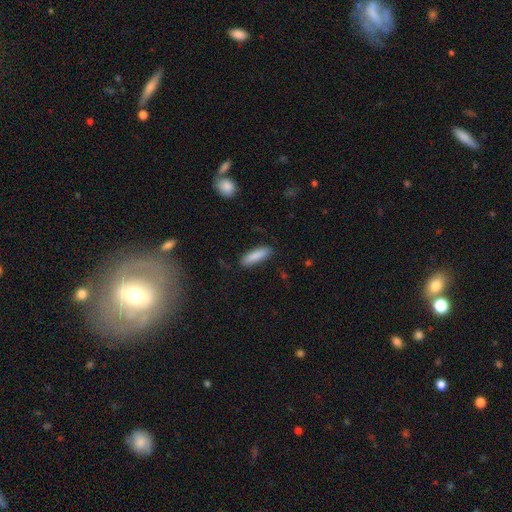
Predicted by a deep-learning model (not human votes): Smooth or featured: smooth — 88% (featured or disk — 6%)
How rounded: cigar-shaped — 59% (in between — 39%)
Merging: none — 87% (minor disturbance — 10%)